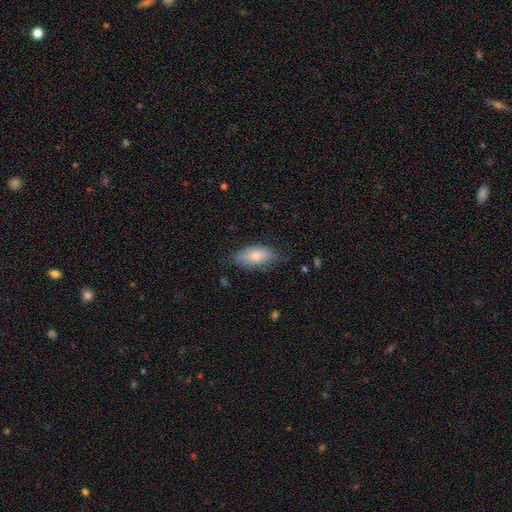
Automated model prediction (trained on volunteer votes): This appears to be a smooth galaxy with no disk features (76%) that is in between round and cigar-shaped (85%). Merging: none (69%).